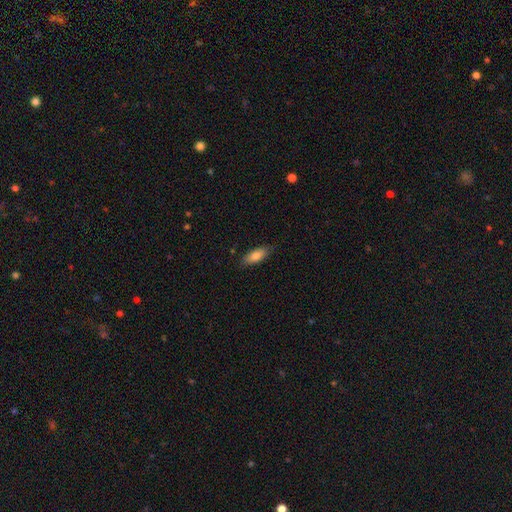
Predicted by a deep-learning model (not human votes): Morphology: type=smooth (82%); roundness=in between (69%); merging=none (83%).